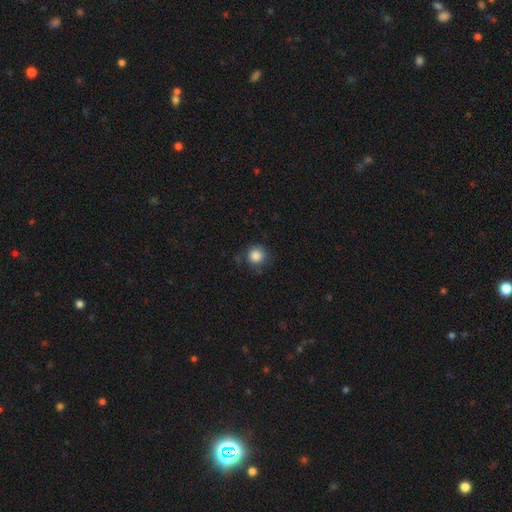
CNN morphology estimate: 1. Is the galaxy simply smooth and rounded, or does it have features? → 86% smooth, 9% star or artifact, 4% featured or disk.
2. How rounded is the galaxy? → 93% round, 6% in between, 1% cigar-shaped.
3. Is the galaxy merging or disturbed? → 77% none, 17% minor disturbance, 5% major disturbance, 2% merger.